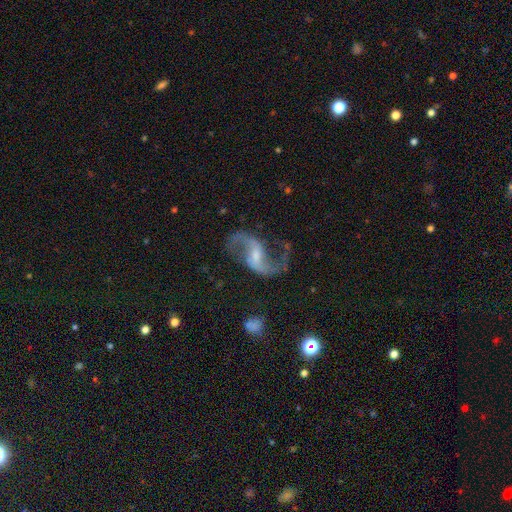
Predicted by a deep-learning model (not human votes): smooth_or_featured: featured or disk (p=0.91) [alt: star or artifact p=0.05]
disk_edge_on: no (p=0.97) [alt: yes p=0.03]
bar: weak (p=0.49) [alt: strong p=0.29]
has_spiral_arms: yes (p=0.97) [alt: no p=0.03]
spiral_winding: loose (p=0.73) [alt: medium p=0.23]
spiral_arm_count: 2 (p=0.94) [alt: 1 p=0.02]
bulge_size: small (p=0.55) [alt: moderate p=0.31]
merging: none (p=0.74) [alt: minor disturbance p=0.13]